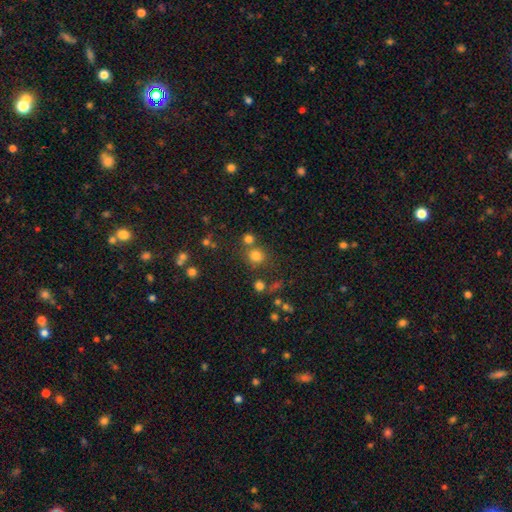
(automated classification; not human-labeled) Smooth or featured? smooth (75%)
How rounded? round (84%)
Merging? none (69%)